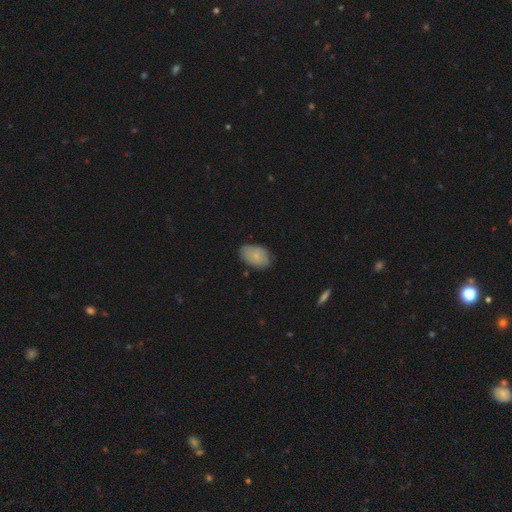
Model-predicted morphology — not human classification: Smooth or featured?
  - smooth: 74% *
  - featured or disk: 19%
  - star or artifact: 7%
How rounded?
  - in between: 90% *
  - round: 9%
  - cigar-shaped: 1%
Merging?
  - none: 73% *
  - minor disturbance: 22%
  - major disturbance: 4%
  - merger: 1%